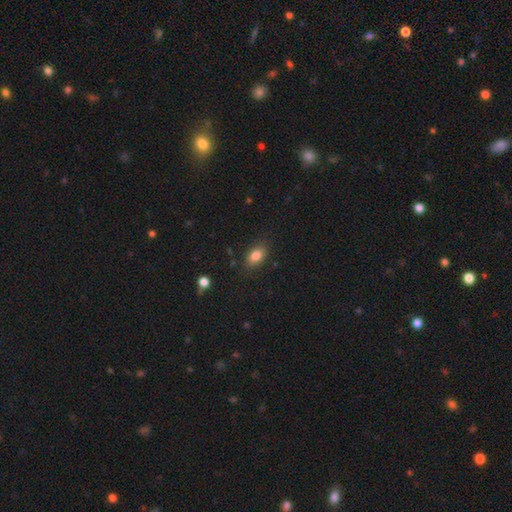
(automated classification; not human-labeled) Smooth or featured?
  - smooth: 83% *
  - star or artifact: 9%
  - featured or disk: 8%
How rounded?
  - in between: 85% *
  - round: 13%
  - cigar-shaped: 2%
Merging?
  - none: 83% *
  - minor disturbance: 12%
  - major disturbance: 3%
  - merger: 2%